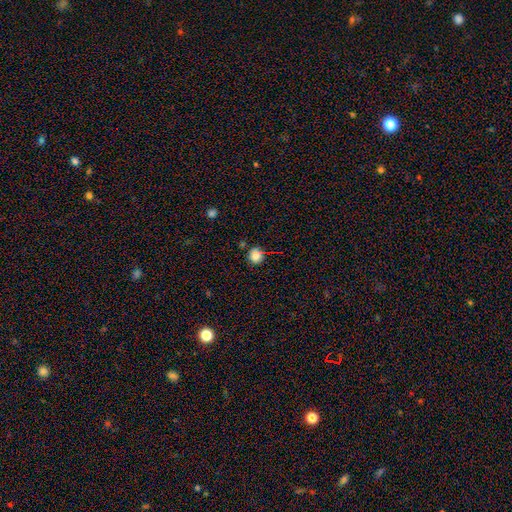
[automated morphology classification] smooth-or-featured: smooth: 84% | star or artifact: 12% | featured or disk: 4%
  how-rounded: round: 88% | in between: 11% | cigar-shaped: 1%
  merging: none: 81% | minor disturbance: 12% | merger: 4% | major disturbance: 3%